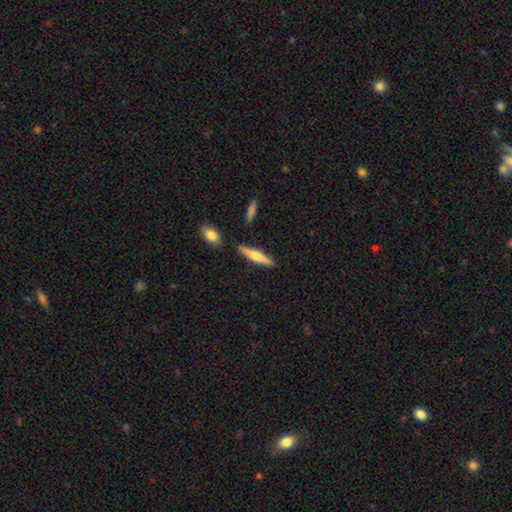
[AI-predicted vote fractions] Smooth or featured? smooth (54%)
How rounded? cigar-shaped (85%)
Merging? none (85%)